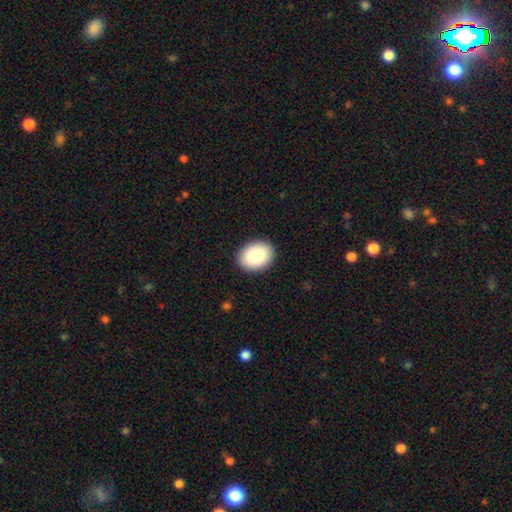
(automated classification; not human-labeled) Q: Smooth or featured?
A: smooth (89%); runner-up: star or artifact (6%)
Q: How rounded?
A: in between (72%); runner-up: round (28%)
Q: Merging?
A: none (90%); runner-up: minor disturbance (7%)